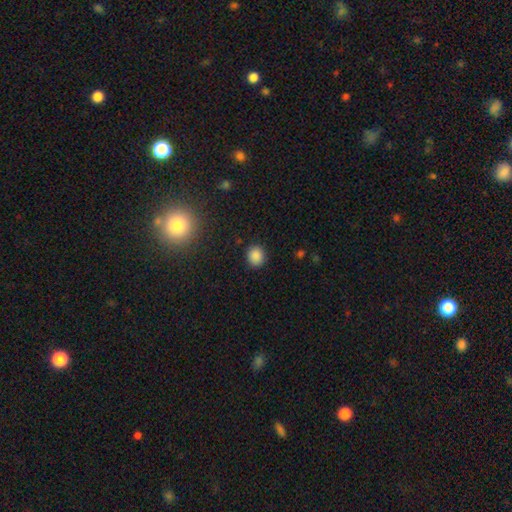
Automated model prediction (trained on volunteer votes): A smooth galaxy with no disk features (86%) that is round (77%). Merging: none (88%).